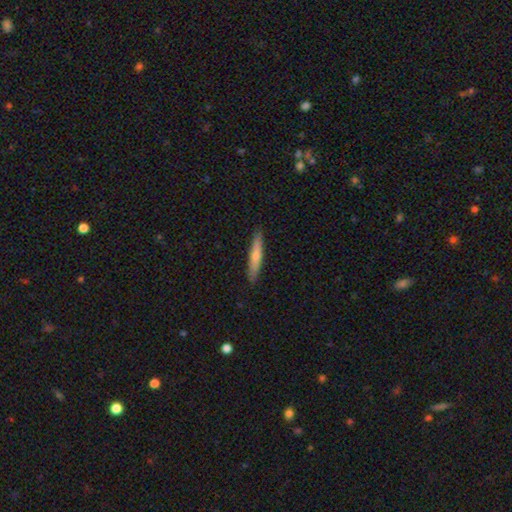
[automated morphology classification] Smooth or featured? smooth (63%)
How rounded? cigar-shaped (91%)
Merging? none (90%)